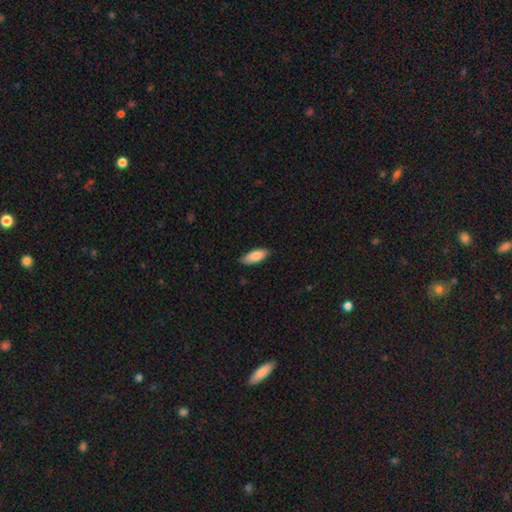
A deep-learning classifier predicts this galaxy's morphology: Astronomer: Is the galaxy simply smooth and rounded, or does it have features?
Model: smooth — 86%.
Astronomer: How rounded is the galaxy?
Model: in between — 79%.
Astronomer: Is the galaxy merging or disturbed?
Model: none — 82%.